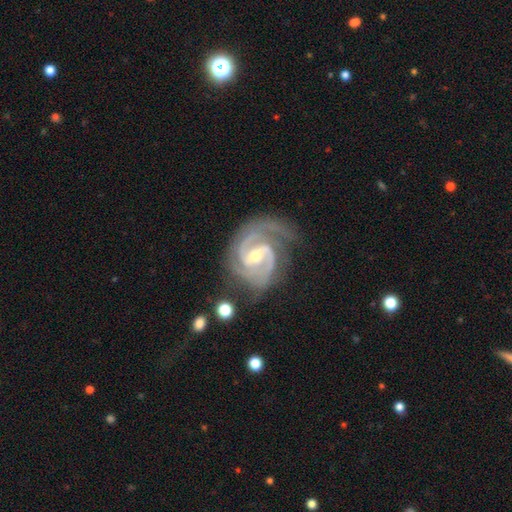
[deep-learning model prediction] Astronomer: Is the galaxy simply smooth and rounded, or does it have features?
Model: featured or disk — 93%.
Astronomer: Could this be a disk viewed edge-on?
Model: no — 98%.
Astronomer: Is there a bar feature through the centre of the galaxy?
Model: weak — 48% (runner-up: no, 28%).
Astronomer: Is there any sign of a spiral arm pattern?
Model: yes — 99%.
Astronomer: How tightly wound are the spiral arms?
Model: tight — 50% (runner-up: medium, 45%).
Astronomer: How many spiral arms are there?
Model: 2 — 63%.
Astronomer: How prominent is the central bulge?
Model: moderate — 51% (runner-up: small, 45%).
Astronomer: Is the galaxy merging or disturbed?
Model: none — 67%.